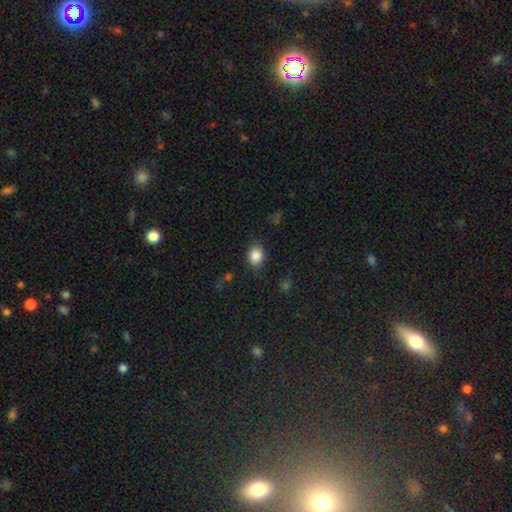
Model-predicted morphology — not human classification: Smooth or featured?
  - smooth: 85% *
  - star or artifact: 9%
  - featured or disk: 5%
How rounded?
  - in between: 58% *
  - round: 41%
  - cigar-shaped: 1%
Merging?
  - none: 80% *
  - minor disturbance: 14%
  - major disturbance: 4%
  - merger: 2%